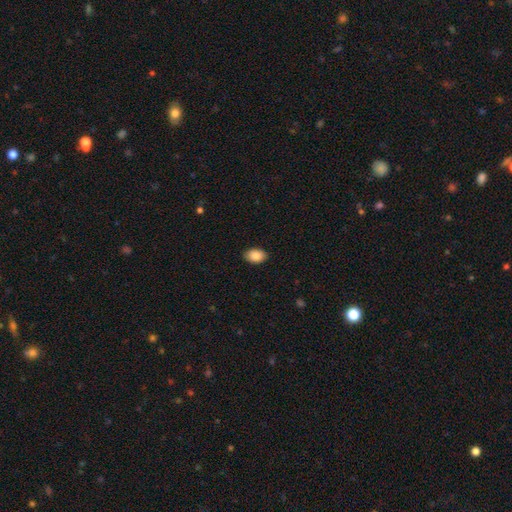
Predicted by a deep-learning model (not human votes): Q: Smooth or featured?
A: smooth (89%); runner-up: star or artifact (7%)
Q: How rounded?
A: in between (86%); runner-up: round (13%)
Q: Merging?
A: none (89%); runner-up: minor disturbance (8%)